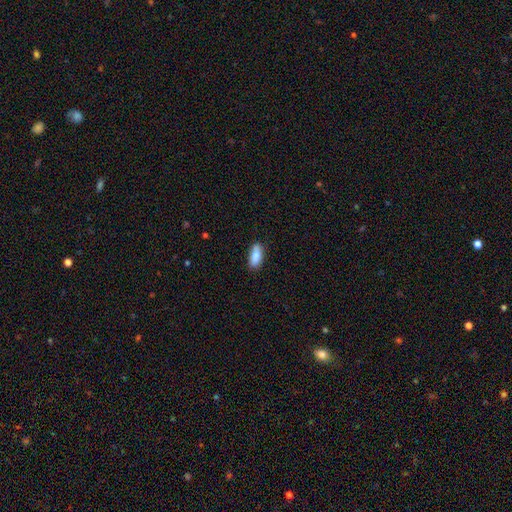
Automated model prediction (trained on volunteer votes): This is clearly a smooth galaxy (83%). How rounded: clearly in between (80%). Merging: clearly none (81%).